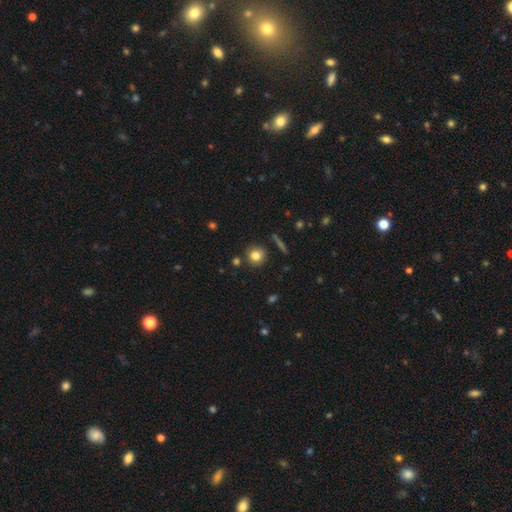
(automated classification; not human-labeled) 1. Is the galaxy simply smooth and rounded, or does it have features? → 80% smooth, 11% star or artifact, 9% featured or disk.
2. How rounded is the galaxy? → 90% round, 9% in between, 1% cigar-shaped.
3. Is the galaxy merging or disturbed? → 84% none, 9% minor disturbance, 5% merger, 3% major disturbance.